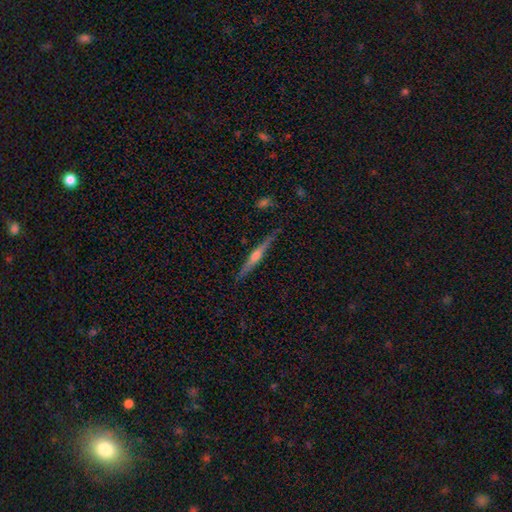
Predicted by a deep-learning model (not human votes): featured or disk 76%, smooth 18%, star or artifact 6%. Down the decision tree: edge-on disk — yes (98%); edge-on bulge — rounded (86%); merging — none (89%).